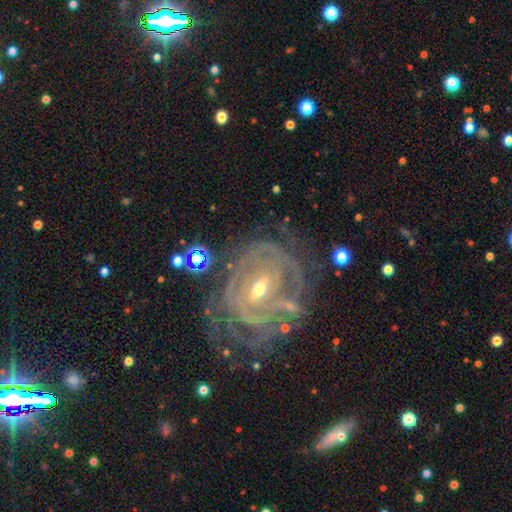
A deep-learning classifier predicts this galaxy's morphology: Overall: featured or disk (86%). Edge-on disk: no (96%). Bar: weak (43%; strong 33%). Spiral arms: yes (92%). Spiral arm count: can't tell (42%; 2 15%). Spiral winding: tight (75%). Bulge size: small (61%; moderate 35%). Merging: none (64%).